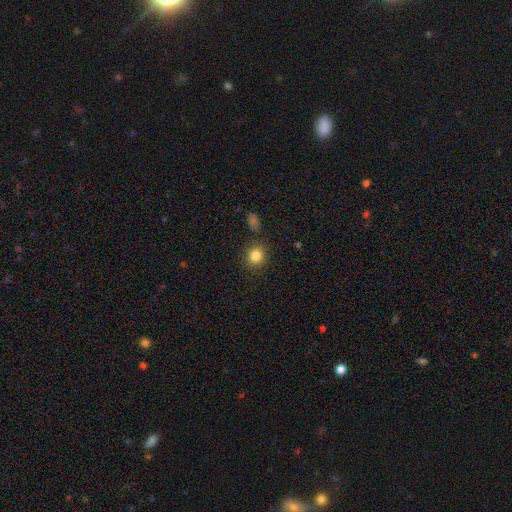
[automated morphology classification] Smooth or featured?
  - smooth: 83% *
  - star or artifact: 11%
  - featured or disk: 6%
How rounded?
  - round: 80% *
  - in between: 19%
  - cigar-shaped: 1%
Merging?
  - none: 86% *
  - minor disturbance: 9%
  - major disturbance: 3%
  - merger: 3%